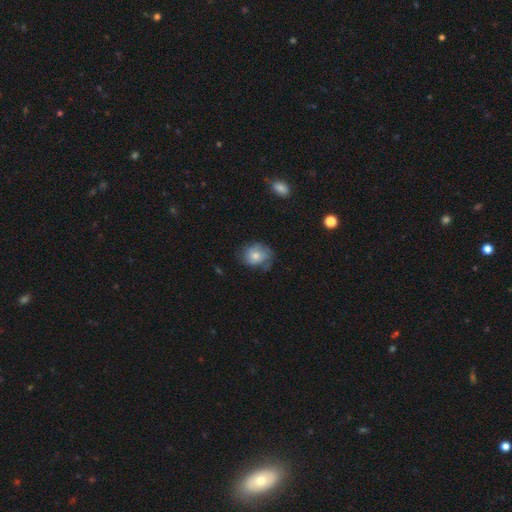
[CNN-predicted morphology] smooth-or-featured: smooth: 58% | featured or disk: 34% | star or artifact: 8%
  how-rounded: round: 59% | in between: 40% | cigar-shaped: 1%
  merging: none: 57% | minor disturbance: 29% | major disturbance: 12% | merger: 2%